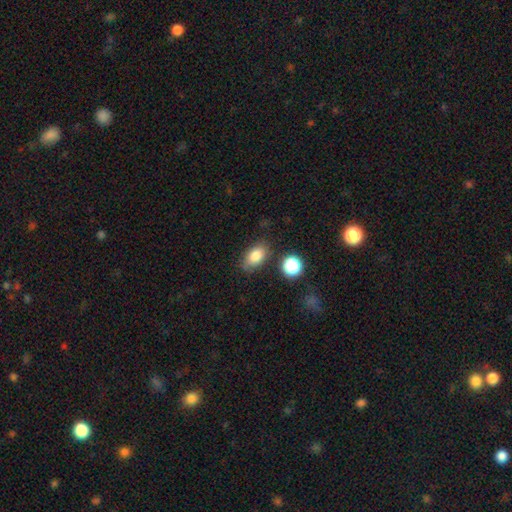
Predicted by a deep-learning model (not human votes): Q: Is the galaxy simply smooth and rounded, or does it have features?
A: smooth — 82%.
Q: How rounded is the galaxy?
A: in between — 87%.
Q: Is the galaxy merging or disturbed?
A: none — 76%.